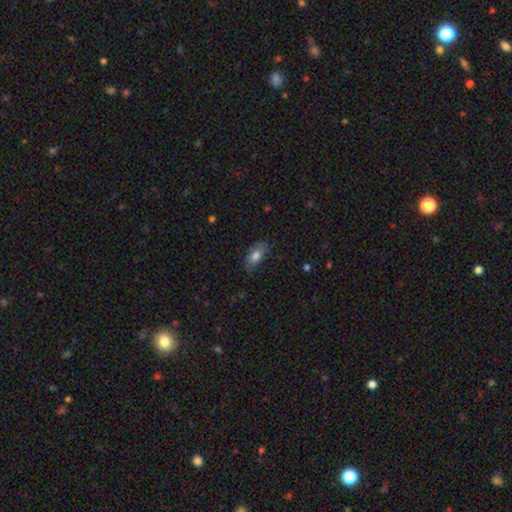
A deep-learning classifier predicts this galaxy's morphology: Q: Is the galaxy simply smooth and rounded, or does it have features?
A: smooth — 77%.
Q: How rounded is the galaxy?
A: in between — 88%.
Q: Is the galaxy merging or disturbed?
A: none — 73%.